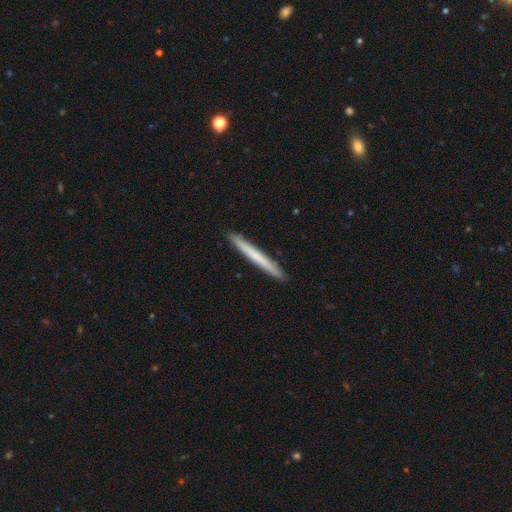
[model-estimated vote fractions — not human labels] Smooth or featured: smooth — 60% (featured or disk — 35%)
How rounded: cigar-shaped — 97% (in between — 2%)
Merging: none — 92% (minor disturbance — 5%)